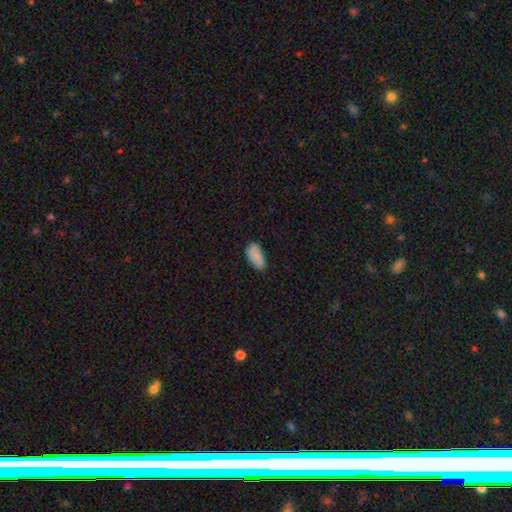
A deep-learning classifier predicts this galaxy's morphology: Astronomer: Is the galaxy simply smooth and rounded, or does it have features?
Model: smooth — 84%.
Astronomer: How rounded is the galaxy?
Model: in between — 93%.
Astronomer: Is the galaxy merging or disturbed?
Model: none — 72%.